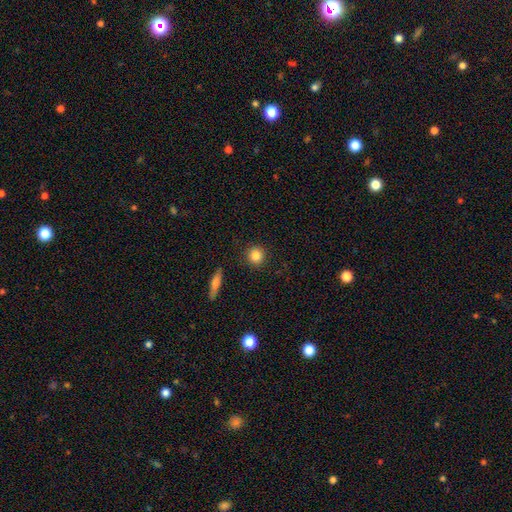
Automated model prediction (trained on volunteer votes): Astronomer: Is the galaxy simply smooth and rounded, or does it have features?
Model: smooth — 83%.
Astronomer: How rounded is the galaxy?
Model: round — 92%.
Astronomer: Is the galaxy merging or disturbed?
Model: none — 90%.